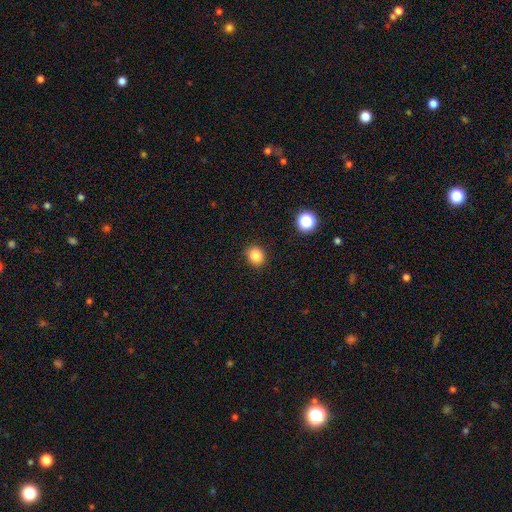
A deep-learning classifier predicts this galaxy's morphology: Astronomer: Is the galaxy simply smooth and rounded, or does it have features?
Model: smooth — 84%.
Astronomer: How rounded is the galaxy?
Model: round — 72%.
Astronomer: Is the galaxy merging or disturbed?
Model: none — 89%.